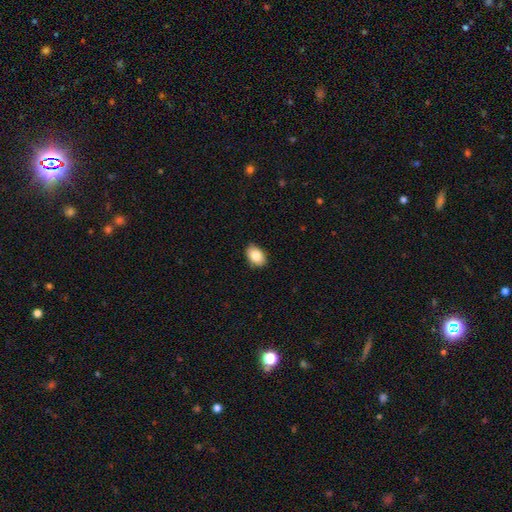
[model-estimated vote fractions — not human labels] Morphology: type=smooth (84%); roundness=in between (85%); merging=none (88%).